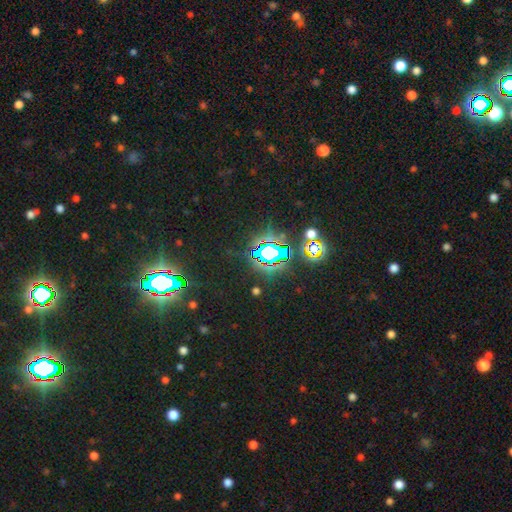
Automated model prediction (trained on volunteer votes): Morphology: type=star or artifact (85%).